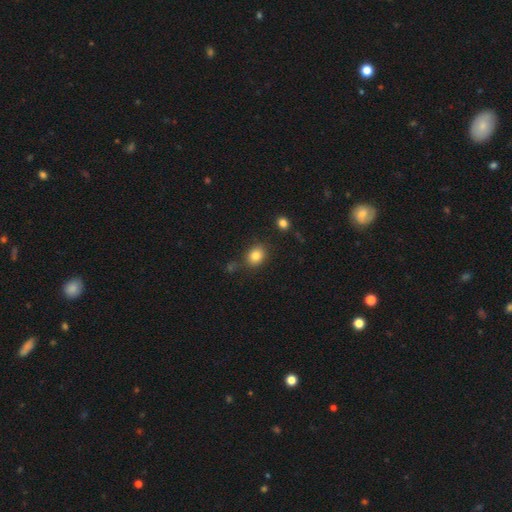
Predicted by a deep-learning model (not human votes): Smooth or featured? Predicted: smooth (p=0.84). How rounded? Predicted: round (p=0.50). Merging? Predicted: none (p=0.81).